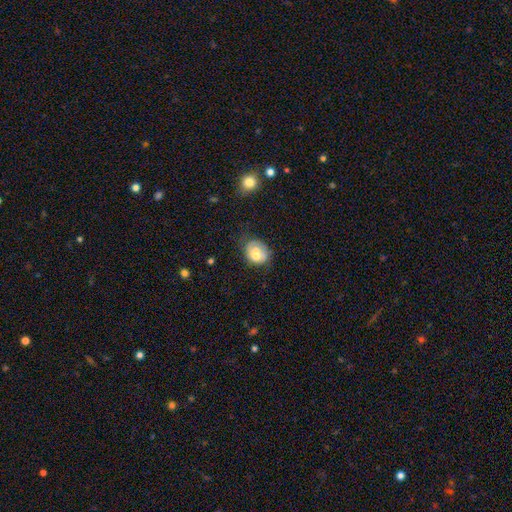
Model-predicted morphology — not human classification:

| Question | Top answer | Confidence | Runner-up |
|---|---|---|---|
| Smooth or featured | smooth | 60% | featured or disk (31%) |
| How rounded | round | 52% | in between (47%) |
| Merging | none | 43% | minor disturbance (28%) |